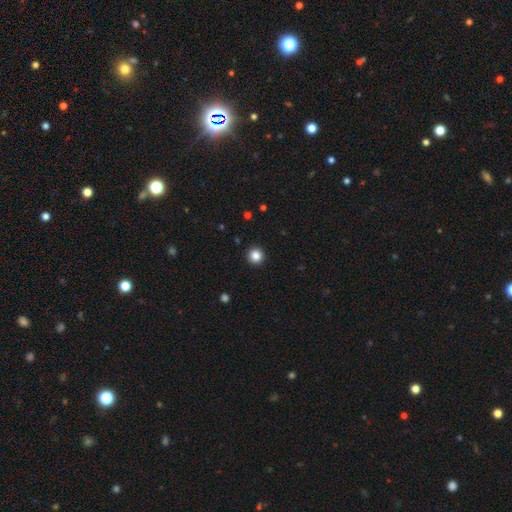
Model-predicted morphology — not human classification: The model was most divided on "smooth or featured": smooth: 85%, star or artifact: 11%, featured or disk: 4%. More confident: how rounded — round (96%); merging — none (93%).